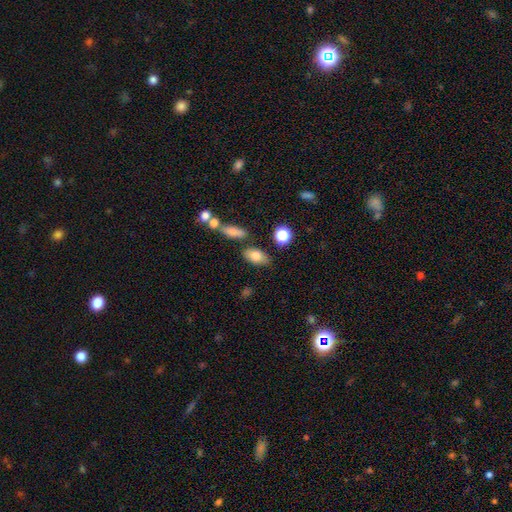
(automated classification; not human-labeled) This appears to be a smooth galaxy with no disk features (77%) that is in between round and cigar-shaped (86%). Merging: none (75%).